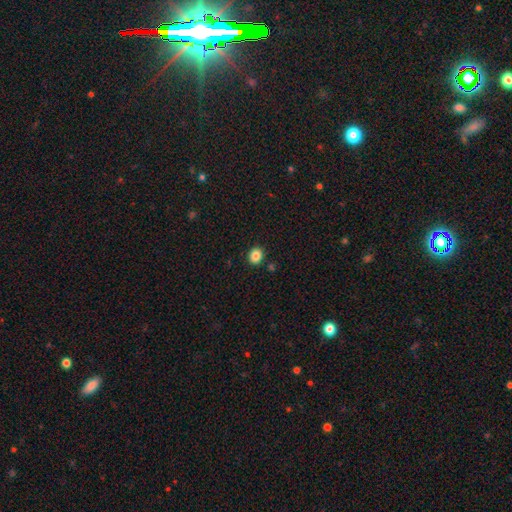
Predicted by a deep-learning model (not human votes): A smooth galaxy with no disk features (85%) that is round (68%). Merging: none (88%).